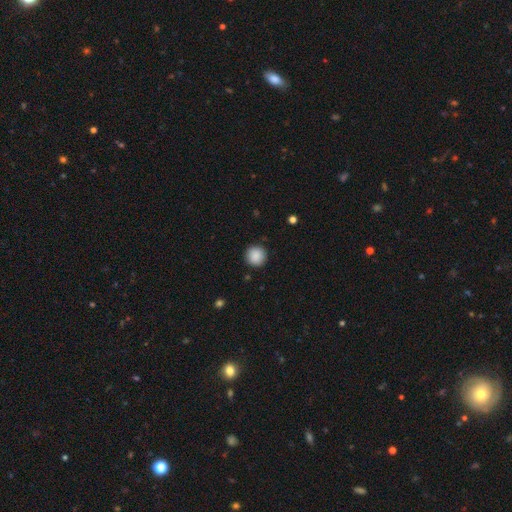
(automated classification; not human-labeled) Smooth or featured?
  - smooth: 89% *
  - star or artifact: 8%
  - featured or disk: 3%
How rounded?
  - round: 95% *
  - in between: 4%
  - cigar-shaped: 1%
Merging?
  - none: 91% *
  - minor disturbance: 6%
  - major disturbance: 2%
  - merger: 1%